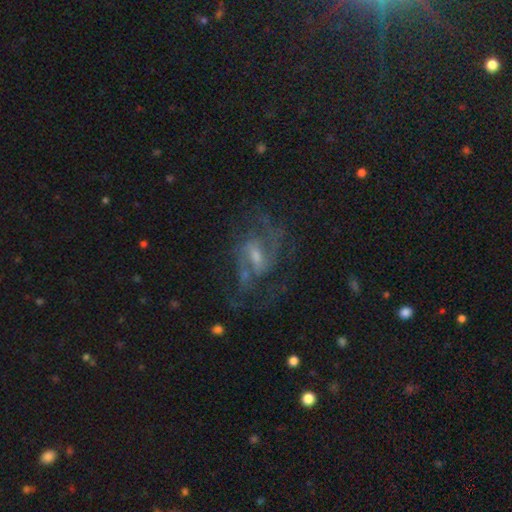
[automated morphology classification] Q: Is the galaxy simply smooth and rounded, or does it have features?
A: featured or disk — 79%.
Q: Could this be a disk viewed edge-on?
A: no — 96%.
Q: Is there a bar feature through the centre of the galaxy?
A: weak — 54%.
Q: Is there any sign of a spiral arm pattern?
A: yes — 84%.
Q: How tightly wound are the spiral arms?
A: medium — 48%.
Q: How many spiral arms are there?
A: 2 — 49%.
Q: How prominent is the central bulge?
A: moderate — 44%.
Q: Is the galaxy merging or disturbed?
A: none — 50%.